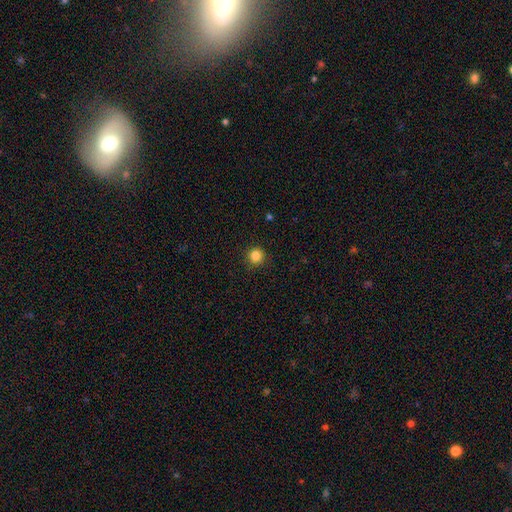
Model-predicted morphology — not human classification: type=smooth (85%); roundness=round (94%); merging=none (90%).